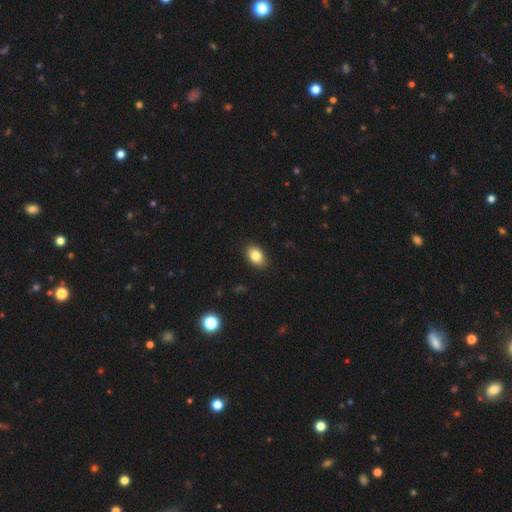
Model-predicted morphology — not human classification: smooth_or_featured: smooth (p=0.84) [alt: star or artifact p=0.08]
how_rounded: in between (p=0.85) [alt: round p=0.14]
merging: none (p=0.89) [alt: minor disturbance p=0.08]